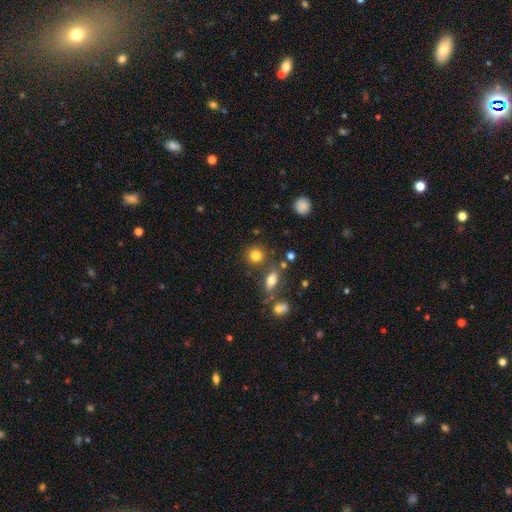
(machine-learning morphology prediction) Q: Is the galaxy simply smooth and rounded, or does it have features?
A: smooth — 80%.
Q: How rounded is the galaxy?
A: round — 83%.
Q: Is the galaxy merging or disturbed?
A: none — 76%.